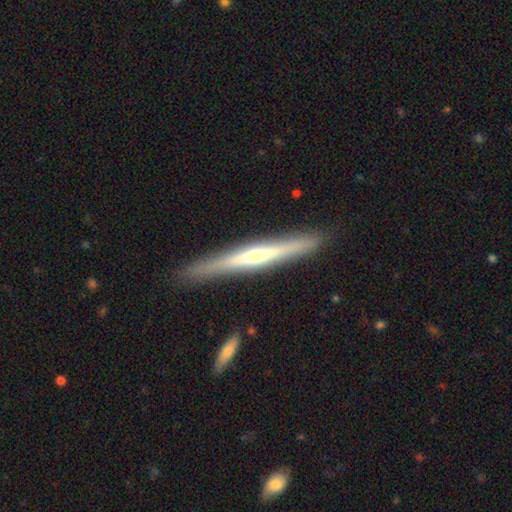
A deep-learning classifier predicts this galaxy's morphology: type=featured or disk (69%); edge-on=yes (97%); edge-on bulge=rounded (65%); merging=none (89%).